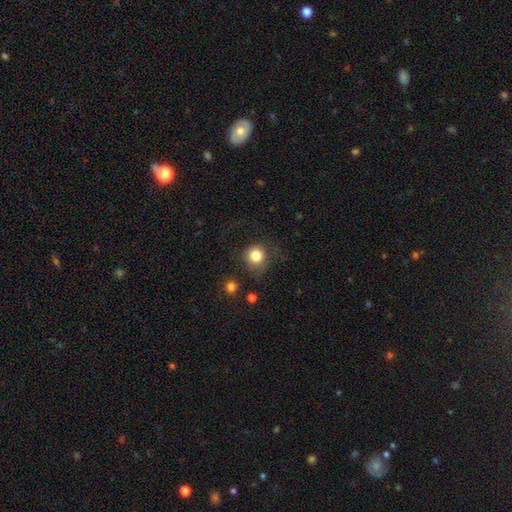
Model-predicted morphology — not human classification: Smooth or featured: smooth — 82% (star or artifact — 11%)
How rounded: round — 89% (in between — 10%)
Merging: none — 69% (minor disturbance — 18%)